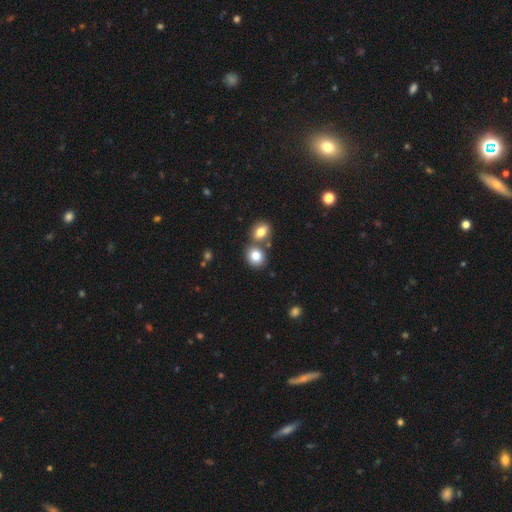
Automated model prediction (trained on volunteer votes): Smooth or featured? smooth (81%)
How rounded? round (66%)
Merging? none (52%)